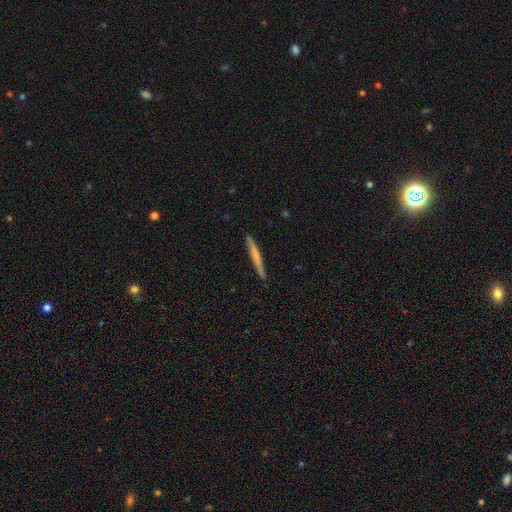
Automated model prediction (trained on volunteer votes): smooth-or-featured: smooth: 56% | featured or disk: 38% | star or artifact: 5%
  how-rounded: cigar-shaped: 97% | in between: 2% | round: 1%
  merging: none: 90% | minor disturbance: 7% | major disturbance: 1% | merger: 1%